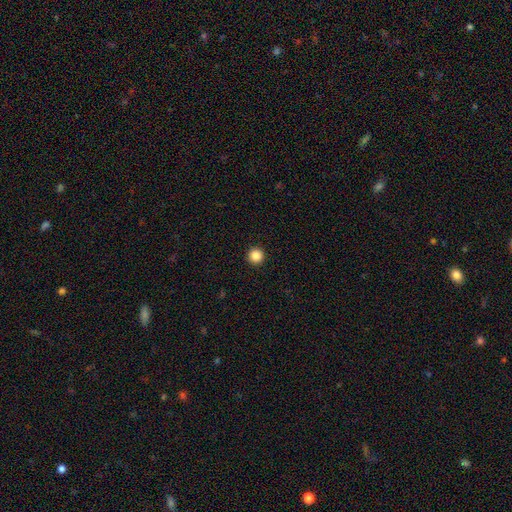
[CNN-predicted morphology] Overall: smooth (86%). How rounded: round (97%). Merging: none (94%).